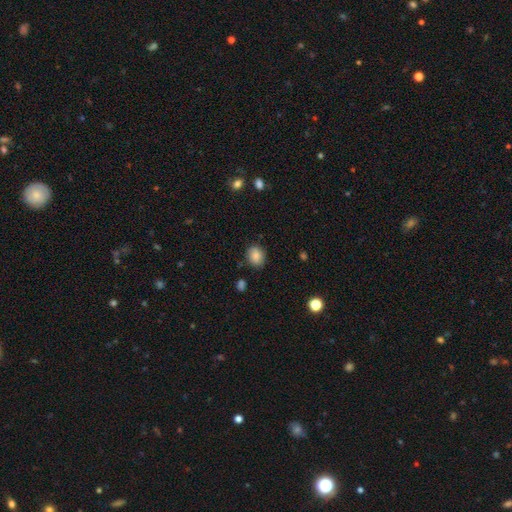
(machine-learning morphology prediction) Q: Smooth or featured?
A: smooth (86%); runner-up: star or artifact (9%)
Q: How rounded?
A: round (53%); runner-up: in between (46%)
Q: Merging?
A: none (83%); runner-up: minor disturbance (12%)